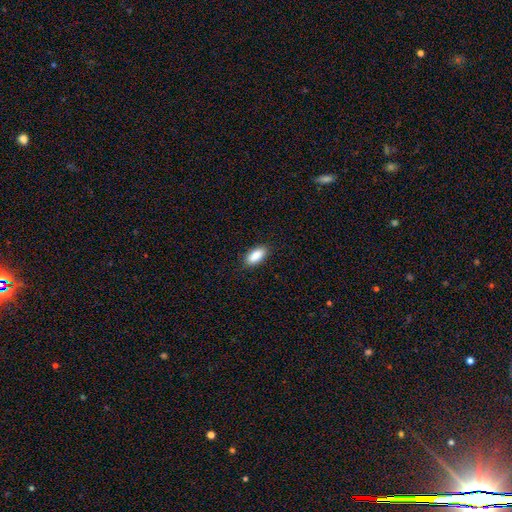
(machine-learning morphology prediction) A smooth galaxy with no disk features (89%) that is in between round and cigar-shaped (89%).

Vote fractions:
- Smooth or featured? smooth: 89% / star or artifact: 7% / featured or disk: 4%
- How rounded? in between: 89% / cigar-shaped: 9% / round: 2%
- Merging? none: 88% / minor disturbance: 9% / major disturbance: 2% / merger: 1%